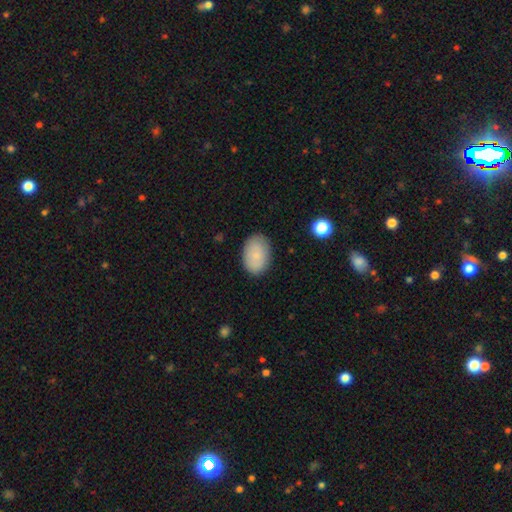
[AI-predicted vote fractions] Overall: smooth (83%). How rounded: in between (87%). Merging: none (85%).